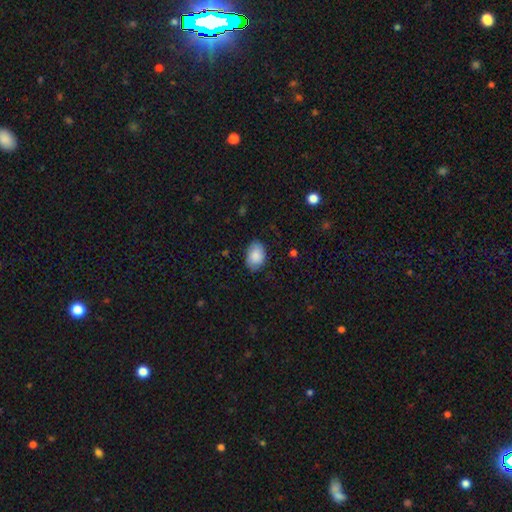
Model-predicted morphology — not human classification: Smooth or featured: smooth — 85% (featured or disk — 8%)
How rounded: in between — 84% (round — 14%)
Merging: none — 79% (minor disturbance — 17%)